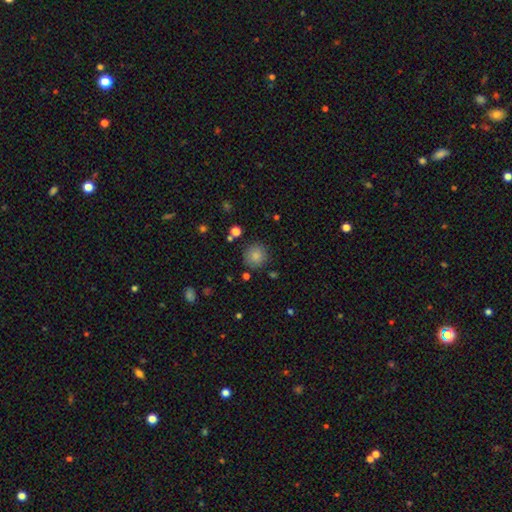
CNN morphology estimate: A smooth galaxy with no disk features (84%) that is round (92%).

Vote fractions:
- Smooth or featured? smooth: 84% / star or artifact: 10% / featured or disk: 6%
- How rounded? round: 92% / in between: 7% / cigar-shaped: 1%
- Merging? none: 86% / minor disturbance: 9% / major disturbance: 3% / merger: 2%